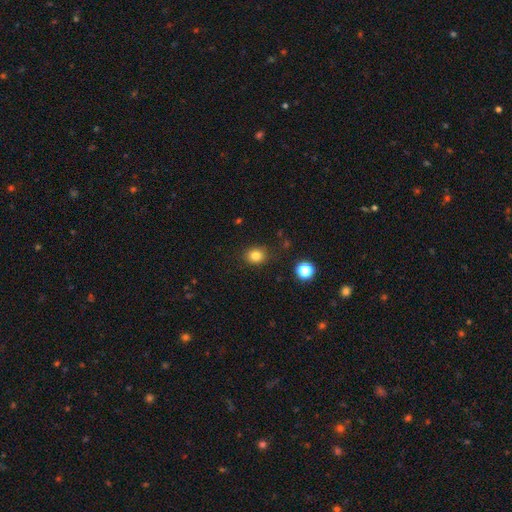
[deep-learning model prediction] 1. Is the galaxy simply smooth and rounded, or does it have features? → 82% smooth, 12% star or artifact, 5% featured or disk.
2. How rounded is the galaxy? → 66% round, 33% in between, 1% cigar-shaped.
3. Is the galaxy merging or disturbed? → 85% none, 10% minor disturbance, 3% major disturbance, 2% merger.